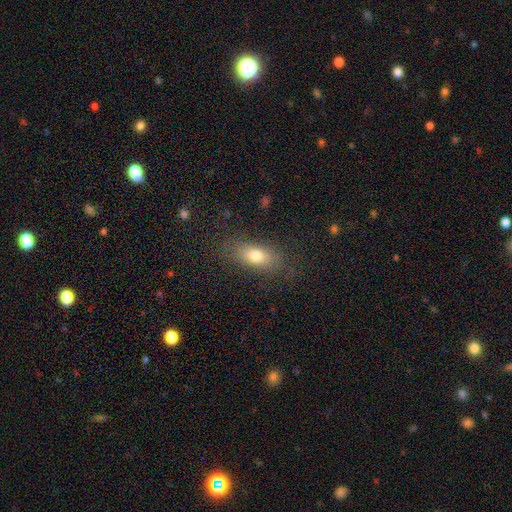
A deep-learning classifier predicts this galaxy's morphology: smooth_or_featured: smooth (p=0.76) [alt: featured or disk p=0.15]
how_rounded: in between (p=0.80) [alt: cigar-shaped p=0.14]
merging: none (p=0.81) [alt: minor disturbance p=0.13]